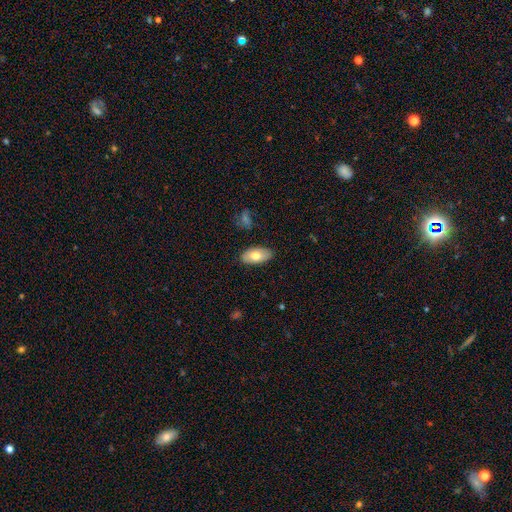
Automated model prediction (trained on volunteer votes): smooth 70%, featured or disk 23%, star or artifact 6%. Down the decision tree: how rounded — in between (94%); merging — none (85%).